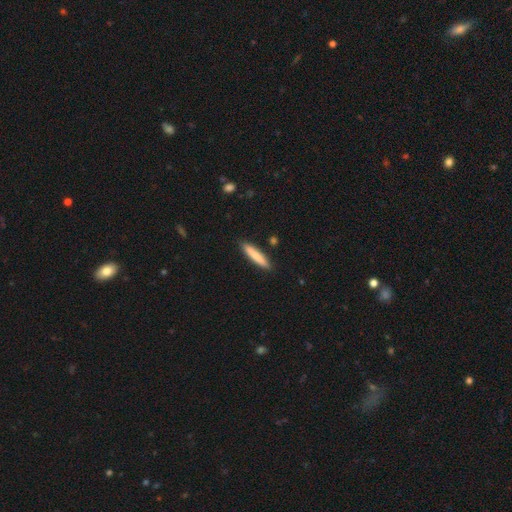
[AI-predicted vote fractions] Overall: smooth (81%). How rounded: cigar-shaped (89%). Merging: none (89%).